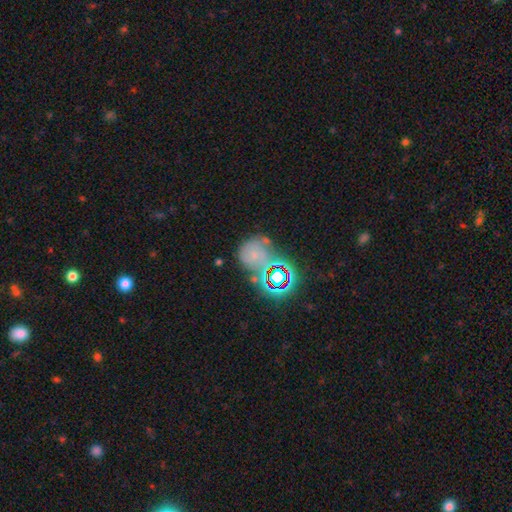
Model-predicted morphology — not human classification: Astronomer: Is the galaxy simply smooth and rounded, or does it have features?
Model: star or artifact — 36% (runner-up: smooth, 33%).